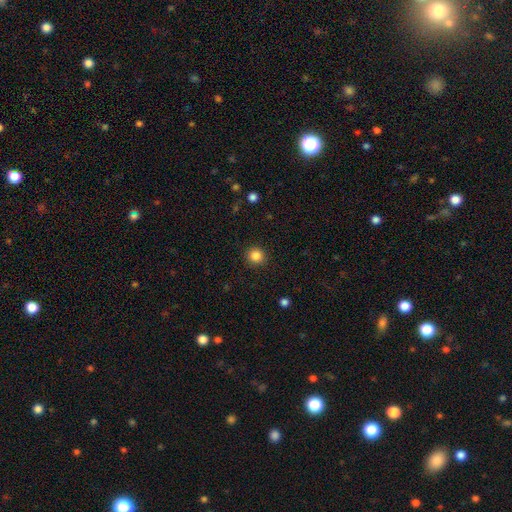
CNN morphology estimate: smooth_or_featured: smooth (p=0.85) [alt: star or artifact p=0.11]
how_rounded: round (p=0.92) [alt: in between p=0.07]
merging: none (p=0.91) [alt: minor disturbance p=0.06]